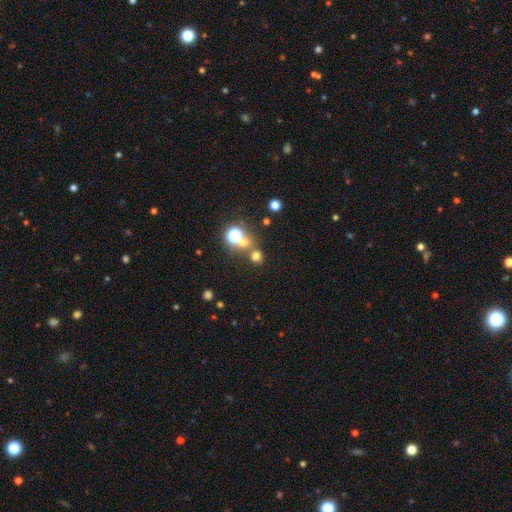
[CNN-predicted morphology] This appears to be a smooth galaxy with no disk features (65%) that is round (86%). Merging: none (66%).